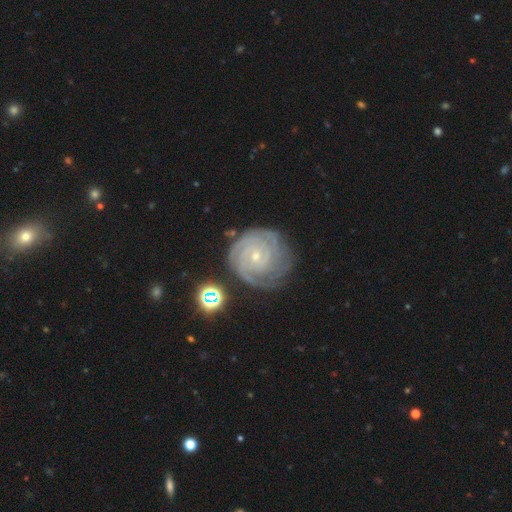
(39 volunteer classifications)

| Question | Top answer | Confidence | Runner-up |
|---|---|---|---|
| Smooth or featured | featured or disk | 90% | smooth (5%) |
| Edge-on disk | no | 97% | yes (3%) |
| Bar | no | 76% | weak (21%) |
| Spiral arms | yes | 100% | — |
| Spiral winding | tight | 88% | medium (12%) |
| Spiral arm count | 4 | 38% | 3 (26%) |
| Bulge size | small | 76% | moderate (21%) |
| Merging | none | 54% | minor disturbance (41%) |